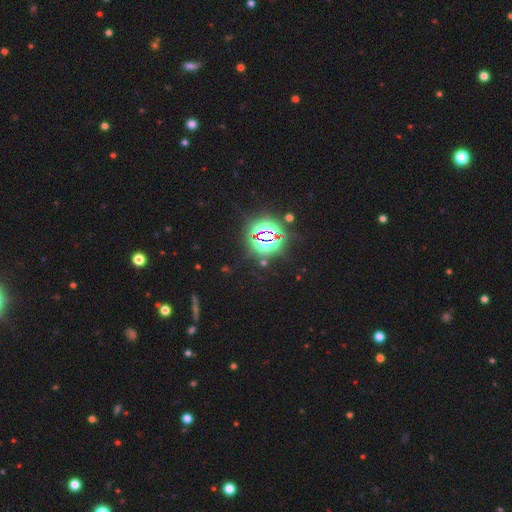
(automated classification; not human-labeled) Smooth or featured? star or artifact (85%)